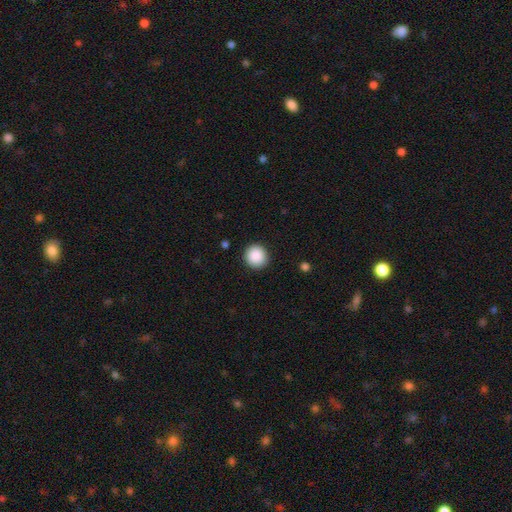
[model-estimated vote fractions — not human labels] This appears to be a smooth galaxy with no disk features (89%) that is round (93%). Merging: none (91%).